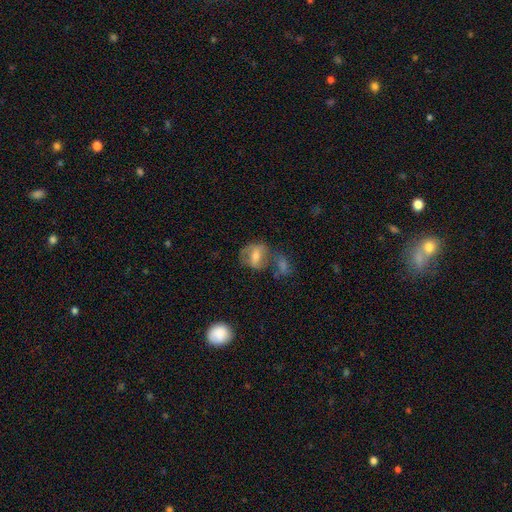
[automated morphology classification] type=smooth (48%); merging=none (39%).